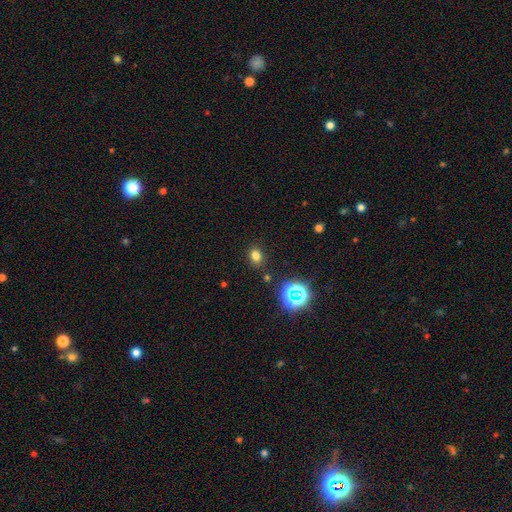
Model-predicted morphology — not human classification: Smooth or featured: smooth — 74% (star or artifact — 20%)
How rounded: in between — 57% (round — 42%)
Merging: none — 85% (minor disturbance — 9%)